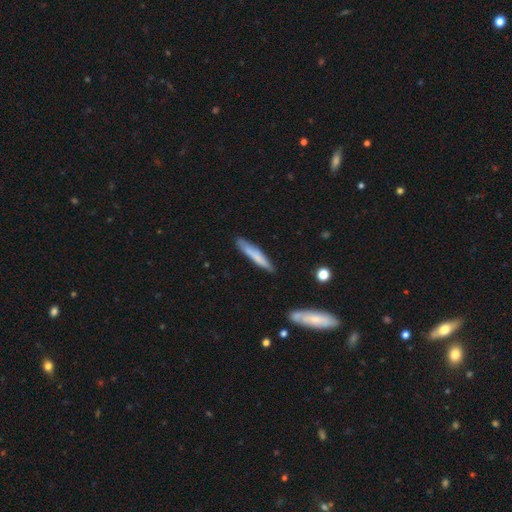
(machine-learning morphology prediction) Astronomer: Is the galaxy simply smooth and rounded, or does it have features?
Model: smooth — 70%.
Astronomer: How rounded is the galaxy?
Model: cigar-shaped — 92%.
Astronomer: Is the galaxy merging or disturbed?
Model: none — 83%.